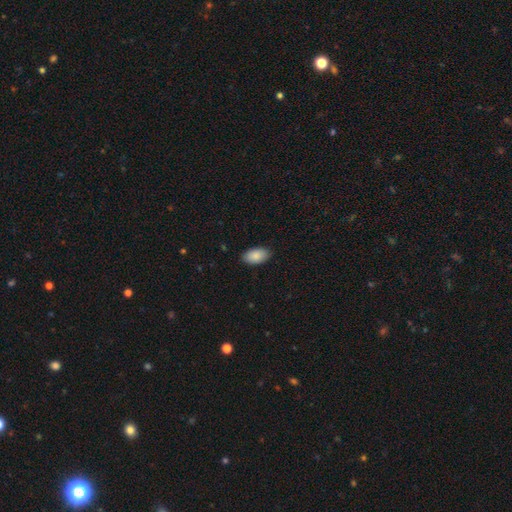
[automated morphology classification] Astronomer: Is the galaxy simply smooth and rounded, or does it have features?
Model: smooth — 89%.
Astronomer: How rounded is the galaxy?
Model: in between — 95%.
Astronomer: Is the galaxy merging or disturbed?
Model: none — 88%.